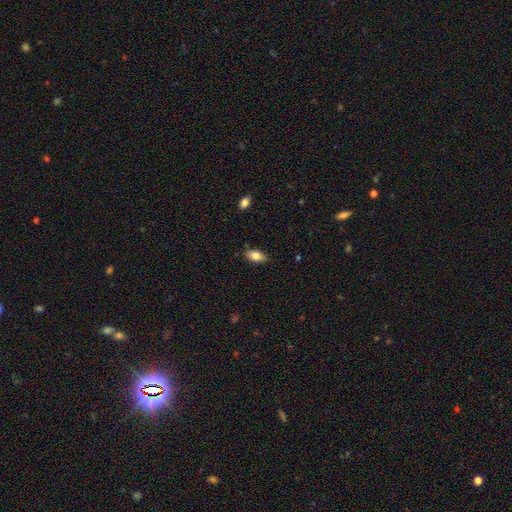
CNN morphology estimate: A smooth galaxy with no disk features (82%) that is in between round and cigar-shaped (91%). Merging: none (85%).